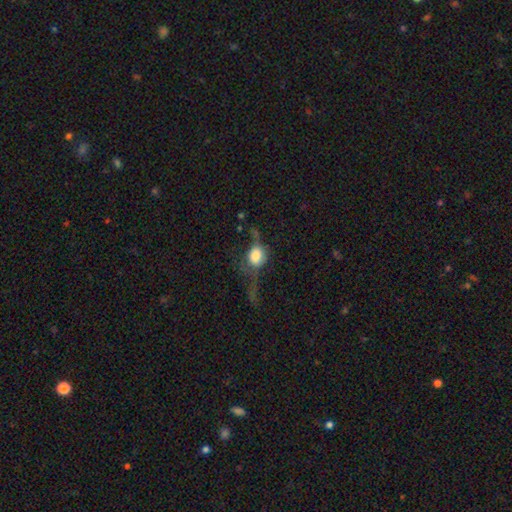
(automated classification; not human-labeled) smooth 64%, featured or disk 26%, star or artifact 10%. Down the decision tree: how rounded — round (60%); merging — major disturbance (49%).